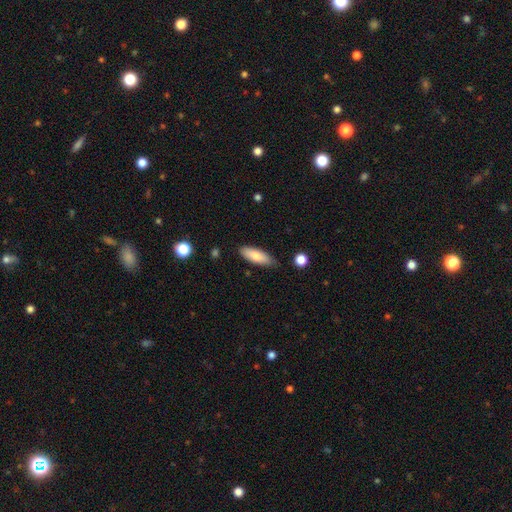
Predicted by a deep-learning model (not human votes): Smooth or featured: smooth — 79% (featured or disk — 15%)
How rounded: in between — 64% (cigar-shaped — 34%)
Merging: none — 78% (minor disturbance — 17%)